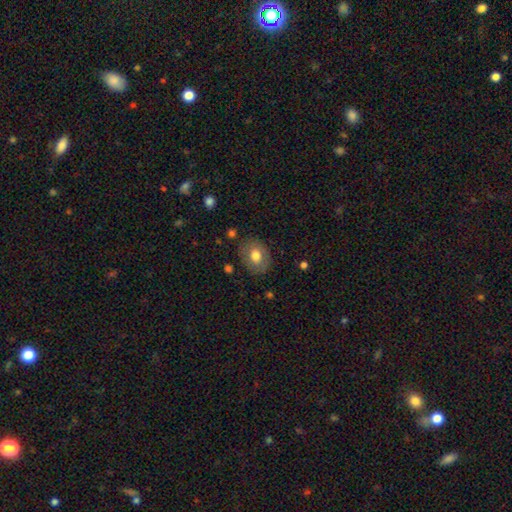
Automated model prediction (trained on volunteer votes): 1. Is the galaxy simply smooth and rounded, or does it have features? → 72% smooth, 21% featured or disk, 8% star or artifact.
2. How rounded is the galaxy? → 57% in between, 42% round, 1% cigar-shaped.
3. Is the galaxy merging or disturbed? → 82% none, 12% minor disturbance, 4% major disturbance, 2% merger.